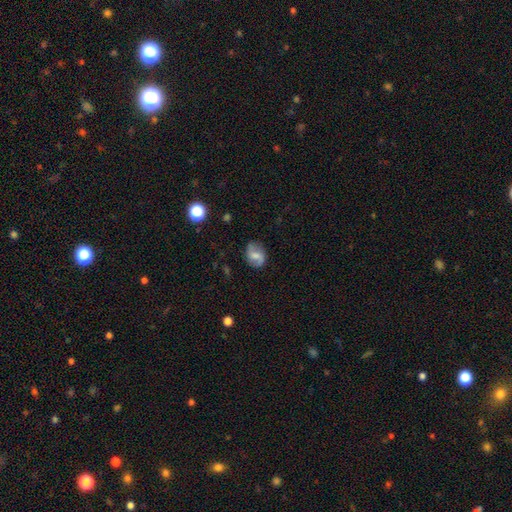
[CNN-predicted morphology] This is possibly a featured or disk galaxy (46%). Merging: likely none (77%).